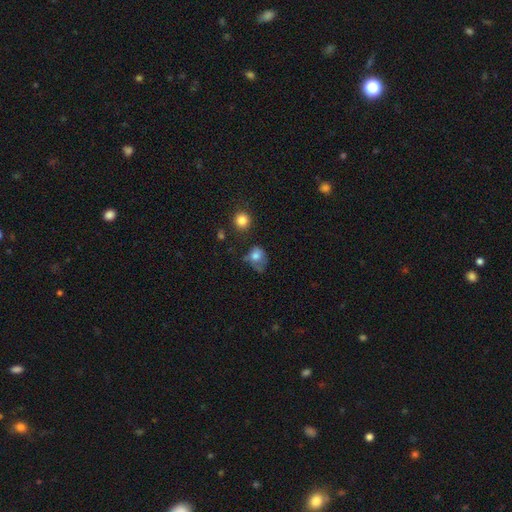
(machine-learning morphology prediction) The model was most divided on "merging": minor disturbance: 33%, major disturbance: 31%, none: 31%, merger: 6%. More confident: smooth or featured — smooth (70%); how rounded — in between (52%).